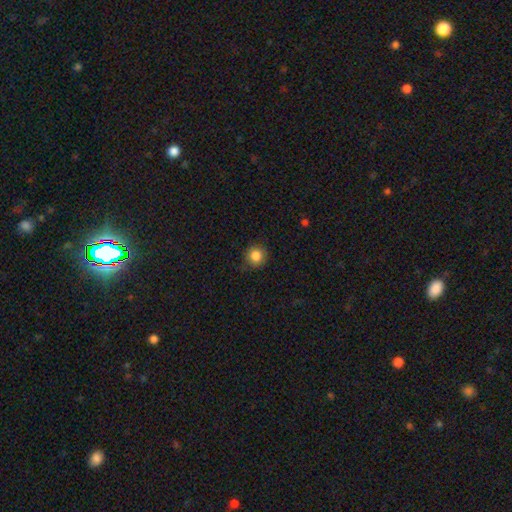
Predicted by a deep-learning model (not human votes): Smooth or featured? Predicted: smooth (p=0.84). How rounded? Predicted: round (p=0.91). Merging? Predicted: none (p=0.80).